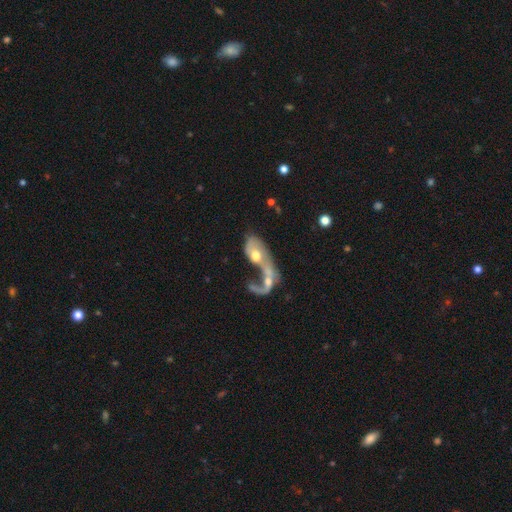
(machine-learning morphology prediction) The model was most divided on "spiral arms": no: 57%, yes: 43%. More confident: edge-on disk — no (91%); bar — no (74%); merging — merger (73%); bulge size — moderate (65%); smooth or featured — featured or disk (55%).